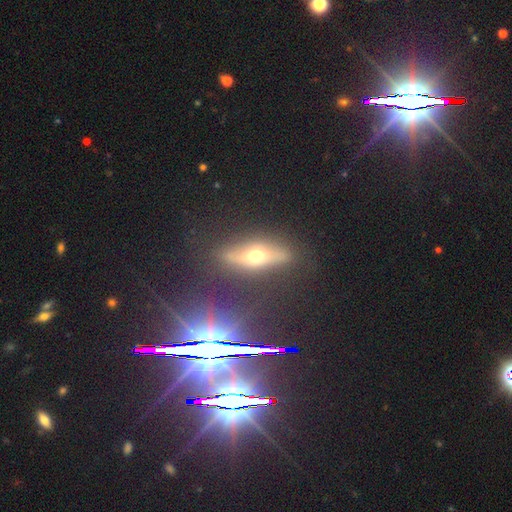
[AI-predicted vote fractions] Morphology: type=featured or disk (44%); merging=none (83%).